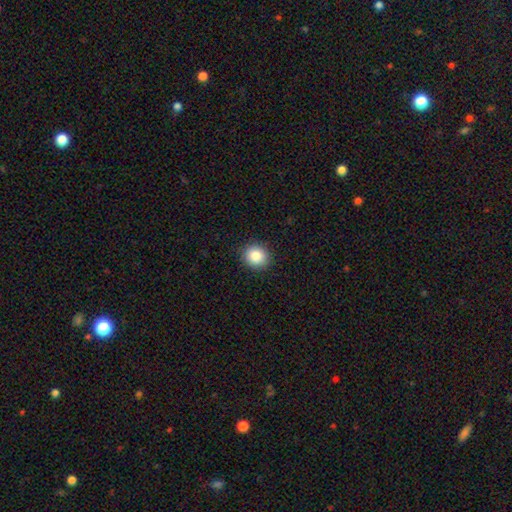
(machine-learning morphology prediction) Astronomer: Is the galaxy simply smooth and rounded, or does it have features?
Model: smooth — 86%.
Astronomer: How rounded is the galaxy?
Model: round — 85%.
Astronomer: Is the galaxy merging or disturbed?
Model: none — 91%.